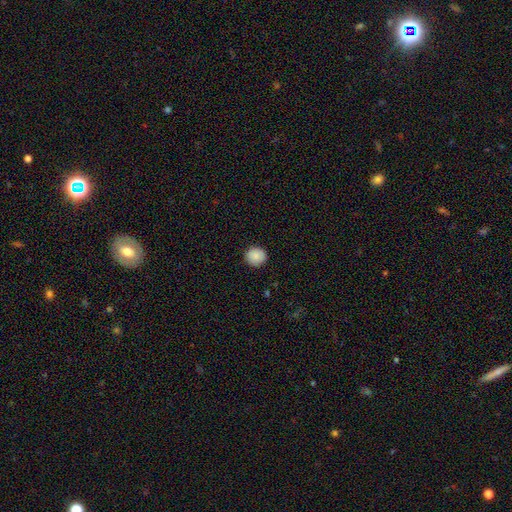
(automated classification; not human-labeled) A smooth galaxy with no disk features (88%) that is round (91%).

Vote fractions:
- Smooth or featured? smooth: 88% / star or artifact: 8% / featured or disk: 4%
- How rounded? round: 91% / in between: 8% / cigar-shaped: 1%
- Merging? none: 91% / minor disturbance: 7% / major disturbance: 2% / merger: 1%